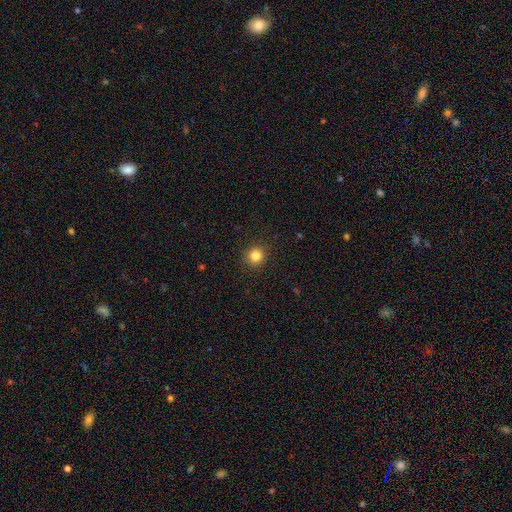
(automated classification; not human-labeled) A smooth galaxy with no disk features (84%) that is round (90%).

Vote fractions:
- Smooth or featured? smooth: 84% / star or artifact: 12% / featured or disk: 5%
- How rounded? round: 90% / in between: 9% / cigar-shaped: 1%
- Merging? none: 91% / minor disturbance: 6% / major disturbance: 2% / merger: 1%